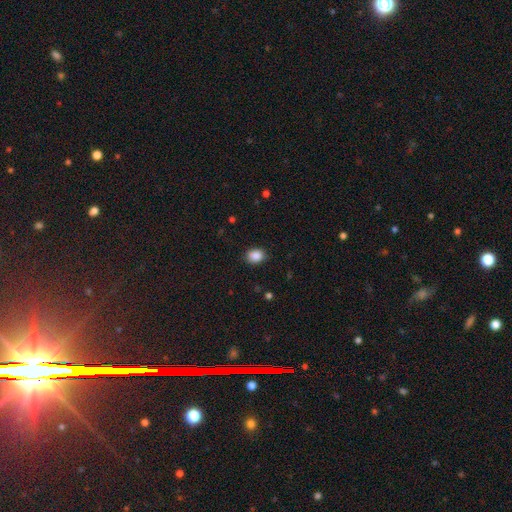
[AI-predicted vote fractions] smooth-or-featured: smooth: 88% | star or artifact: 9% | featured or disk: 3%
  how-rounded: in between: 56% | round: 43% | cigar-shaped: 1%
  merging: none: 86% | minor disturbance: 11% | major disturbance: 3% | merger: 1%